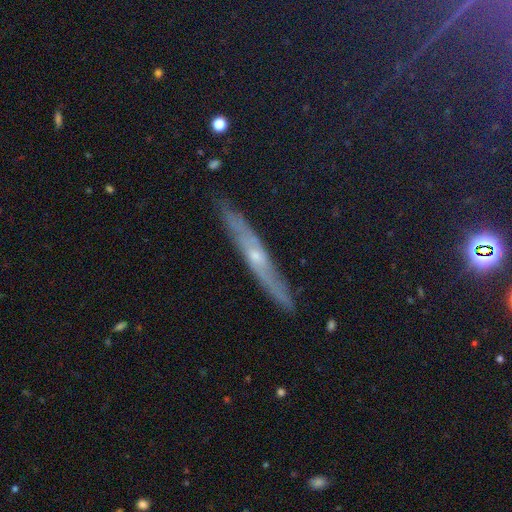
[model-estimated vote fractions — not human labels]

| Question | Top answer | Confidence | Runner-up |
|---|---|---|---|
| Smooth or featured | featured or disk | 59% | smooth (20%) |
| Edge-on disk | yes | 81% | no (19%) |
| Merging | none | 86% | minor disturbance (11%) |